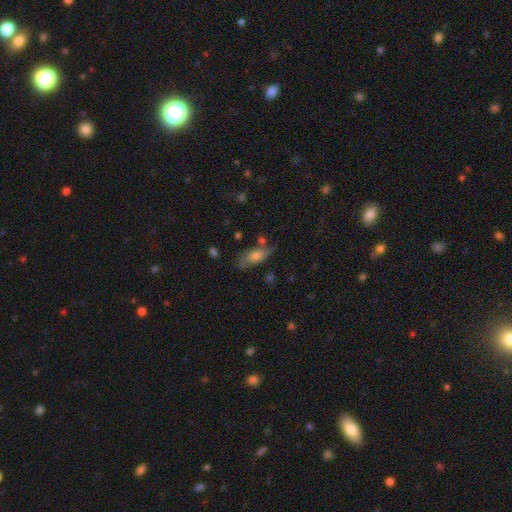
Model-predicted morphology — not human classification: smooth-or-featured: smooth: 59% | featured or disk: 32% | star or artifact: 9%
  how-rounded: in between: 73% | cigar-shaped: 22% | round: 5%
  merging: none: 61% | minor disturbance: 23% | merger: 8% | major disturbance: 8%